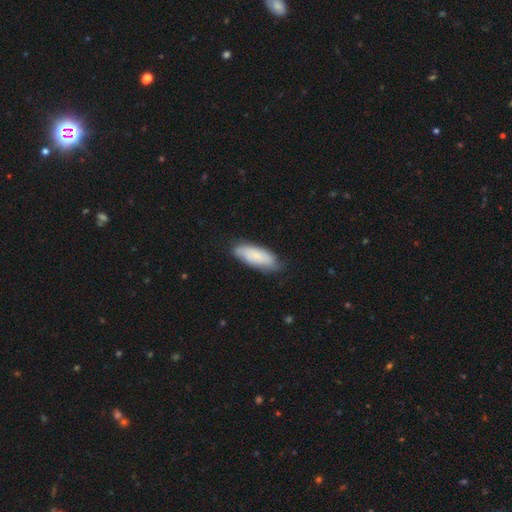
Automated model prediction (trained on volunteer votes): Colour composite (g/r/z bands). It shows a smooth galaxy with no disk features (69%) that is in between round and cigar-shaped (72%). Merging: none (74%).